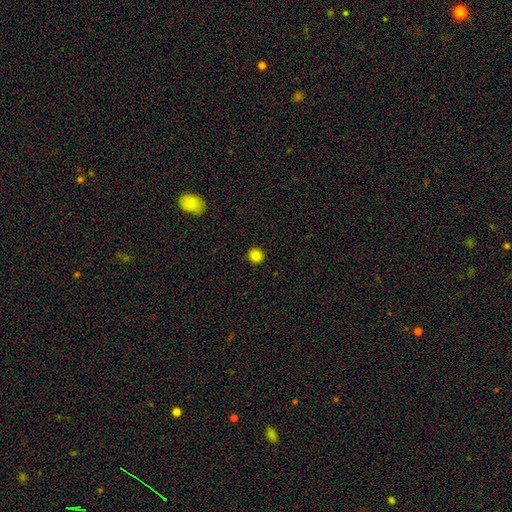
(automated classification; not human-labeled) The model was most divided on "smooth or featured": smooth: 84%, star or artifact: 12%, featured or disk: 4%. More confident: merging — none (92%); how rounded — round (91%).